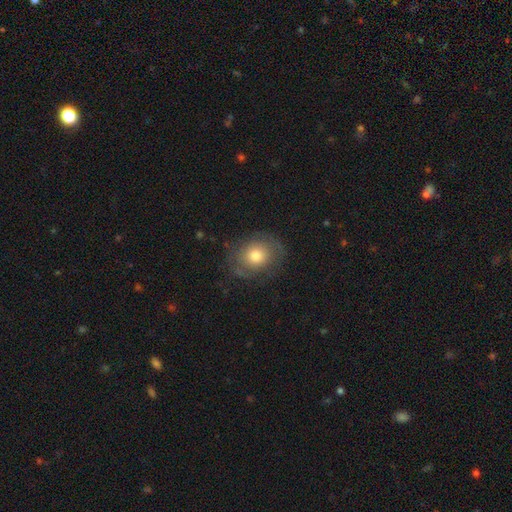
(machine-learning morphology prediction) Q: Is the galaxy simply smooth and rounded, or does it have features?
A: smooth — 65%.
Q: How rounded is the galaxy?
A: round — 55%.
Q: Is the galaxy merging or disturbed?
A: none — 72%.